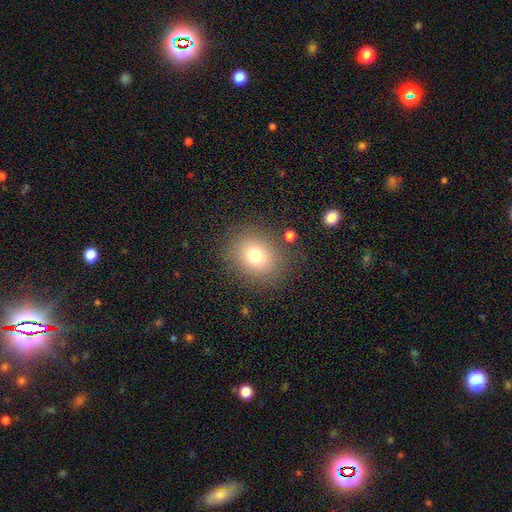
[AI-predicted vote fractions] Overall: smooth (74%). How rounded: round (71%). Merging: none (83%).